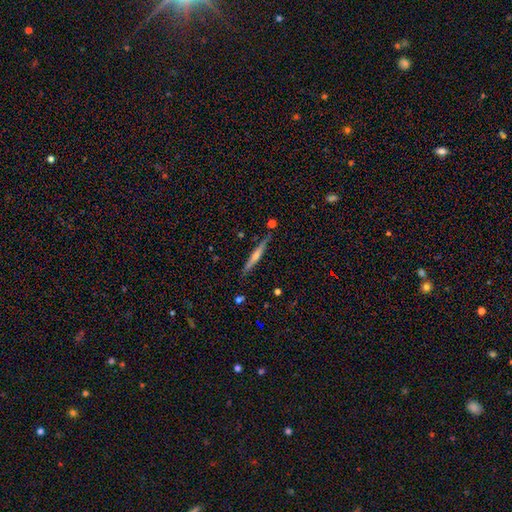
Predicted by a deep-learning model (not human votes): A featured or disk galaxy (60%) viewed edge-on (97%) with a rounded central bulge (58%). Merging: none (84%).